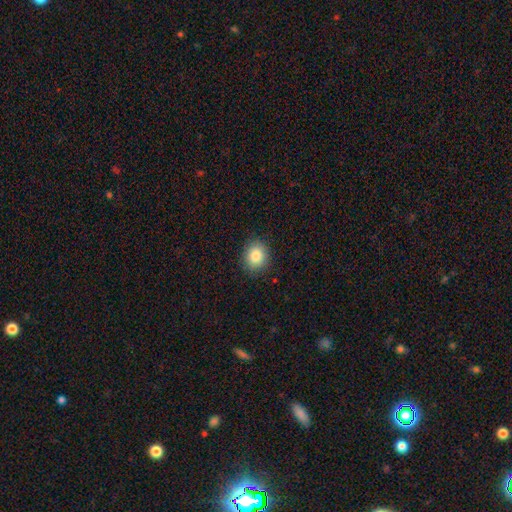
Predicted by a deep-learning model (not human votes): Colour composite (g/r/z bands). It shows a smooth galaxy with no disk features (85%) that is round (69%). Merging: none (88%).